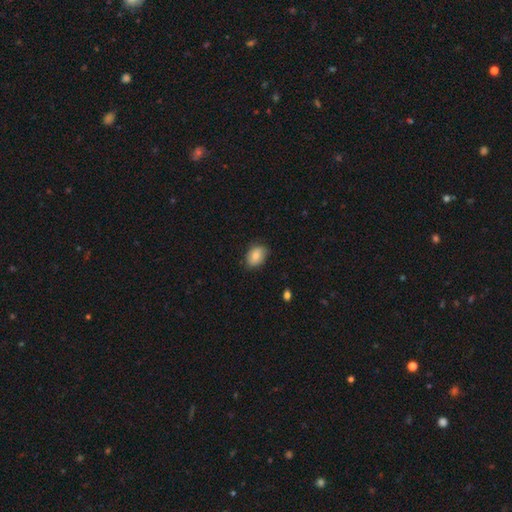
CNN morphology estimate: smooth-or-featured: smooth: 80% | featured or disk: 13% | star or artifact: 8%
  how-rounded: in between: 74% | round: 25% | cigar-shaped: 1%
  merging: none: 80% | minor disturbance: 17% | major disturbance: 3% | merger: 1%